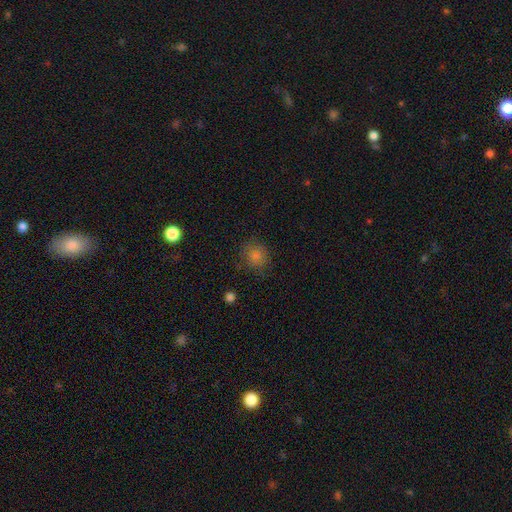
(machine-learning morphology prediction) This appears to be a smooth galaxy with no disk features (77%) that is round (83%). Merging: none (81%).